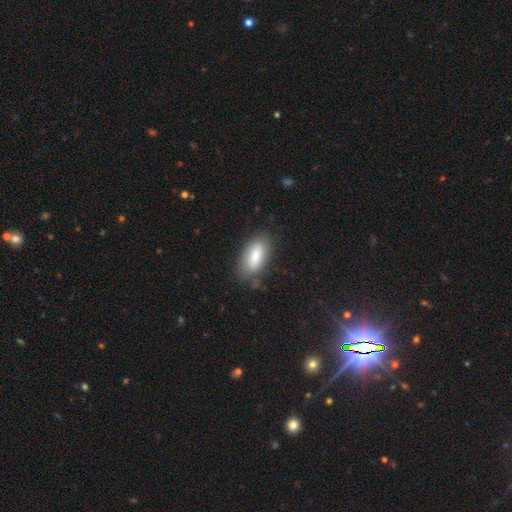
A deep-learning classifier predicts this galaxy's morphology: Smooth or featured?
  - smooth: 82% *
  - featured or disk: 11%
  - star or artifact: 6%
How rounded?
  - in between: 89% *
  - cigar-shaped: 9%
  - round: 2%
Merging?
  - none: 78% *
  - minor disturbance: 16%
  - major disturbance: 4%
  - merger: 2%